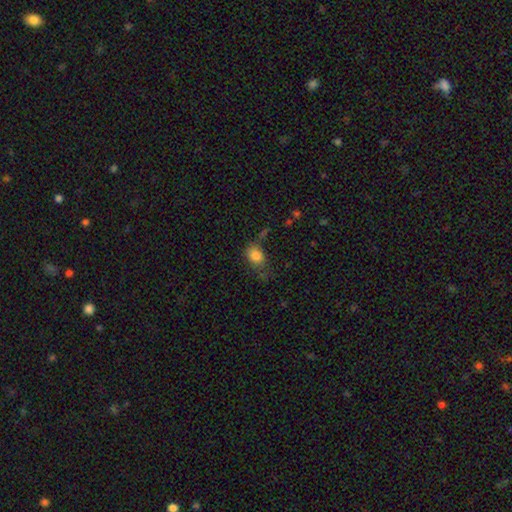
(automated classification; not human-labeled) This is clearly a smooth galaxy (82%). How rounded: likely in between (67%). Merging: possibly none (55%).